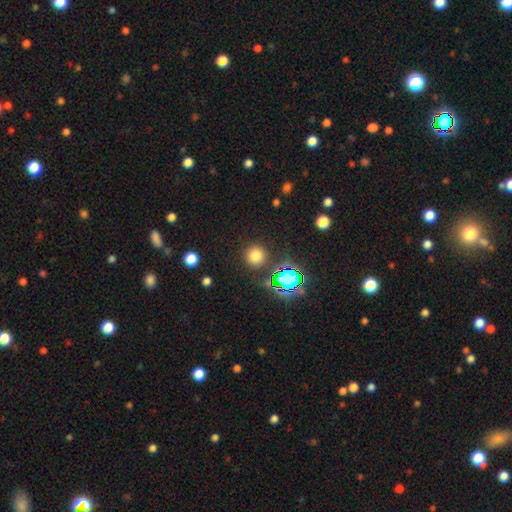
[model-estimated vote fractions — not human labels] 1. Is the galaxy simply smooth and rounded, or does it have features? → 71% smooth, 22% star or artifact, 6% featured or disk.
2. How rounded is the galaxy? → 93% round, 6% in between, 1% cigar-shaped.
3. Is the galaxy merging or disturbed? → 88% none, 6% minor disturbance, 3% major disturbance, 3% merger.